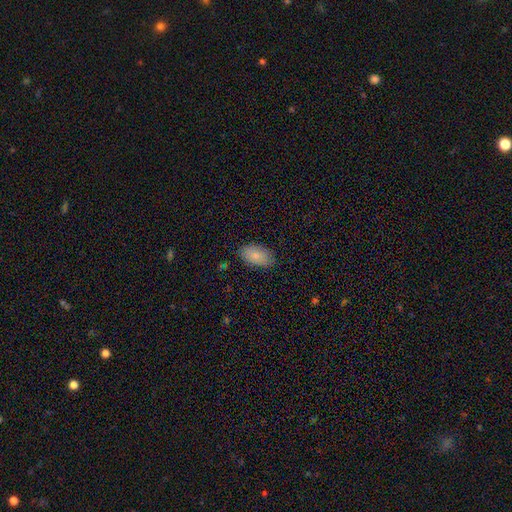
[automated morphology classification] This is clearly a smooth galaxy (84%). How rounded: clearly in between (94%). Merging: clearly none (85%).